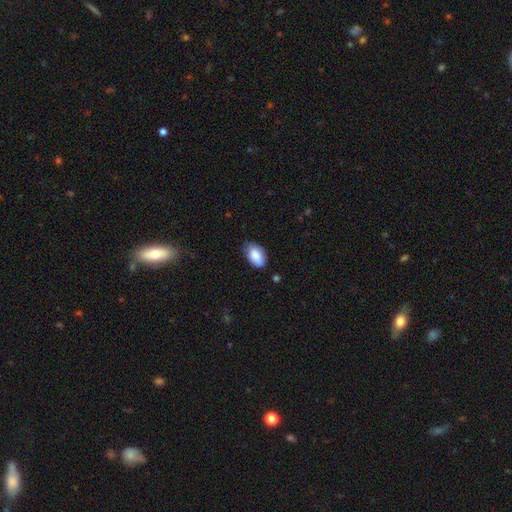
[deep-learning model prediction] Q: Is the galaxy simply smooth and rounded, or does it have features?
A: smooth — 84%.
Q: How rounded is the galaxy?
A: in between — 93%.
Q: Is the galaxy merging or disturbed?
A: none — 65%.